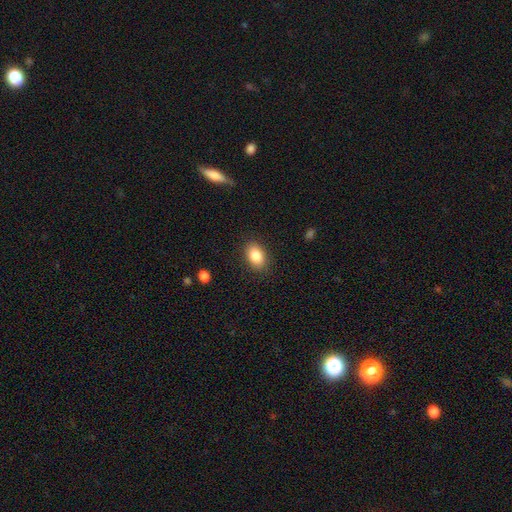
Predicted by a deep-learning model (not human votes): Smooth or featured? smooth (85%)
How rounded? in between (82%)
Merging? none (87%)